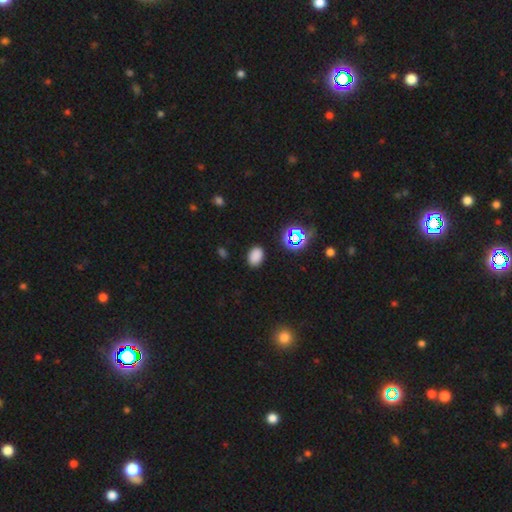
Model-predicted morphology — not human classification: Overall: smooth (78%). How rounded: in between (80%). Merging: none (87%).